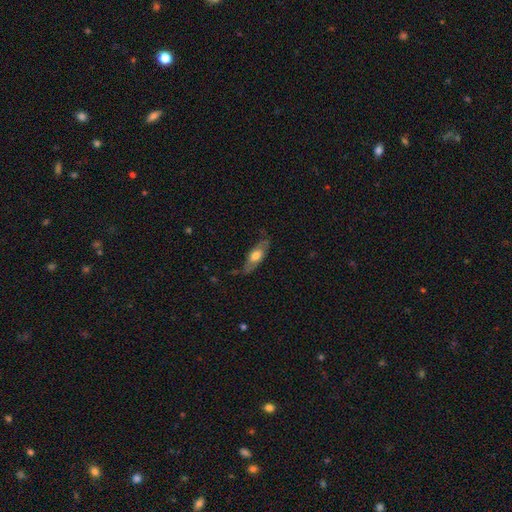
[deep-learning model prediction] This is possibly a smooth galaxy (53%). How rounded: likely in between (64%). Merging: likely none (69%).